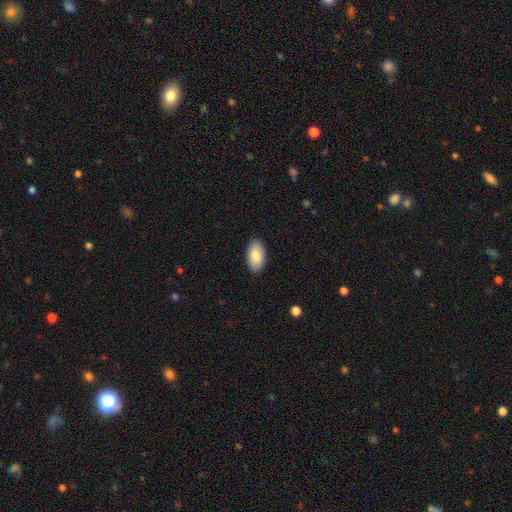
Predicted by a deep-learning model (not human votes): A smooth galaxy with no disk features (86%) that is in between round and cigar-shaped (95%). Merging: none (89%).